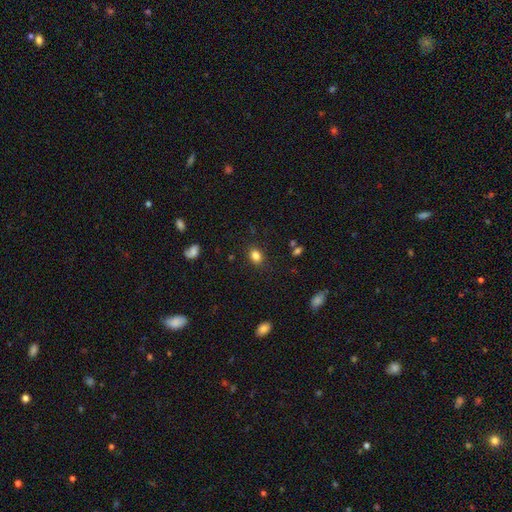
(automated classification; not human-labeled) A smooth galaxy with no disk features (83%) that is in between round and cigar-shaped (70%). Merging: none (85%).